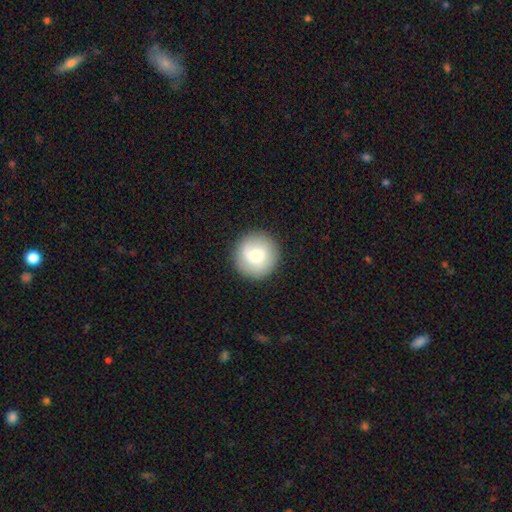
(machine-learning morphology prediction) Smooth or featured? smooth (67%)
How rounded? round (96%)
Merging? none (88%)